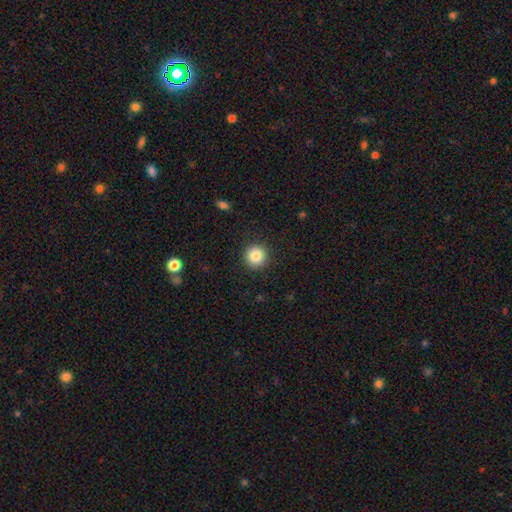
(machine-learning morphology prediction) Overall: smooth (85%). How rounded: round (95%). Merging: none (91%).